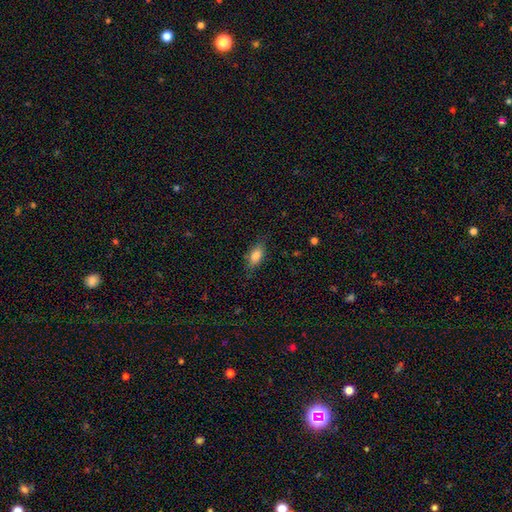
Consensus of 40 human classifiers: smooth 80%, star or artifact 12%, featured or disk 8%. Down the decision tree: how rounded — in between (72%); merging — none (91%).